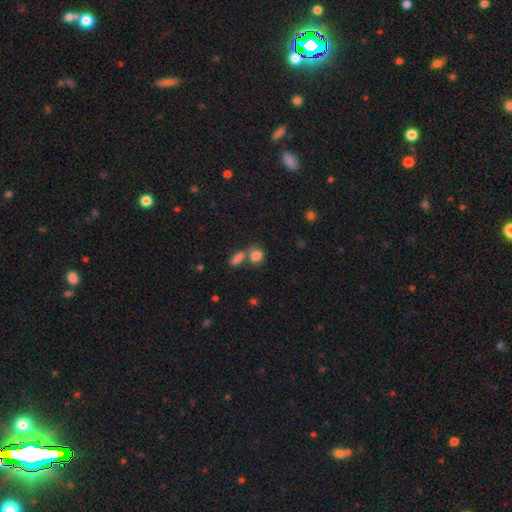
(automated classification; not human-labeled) Smooth or featured? Predicted: smooth (p=0.84). How rounded? Predicted: round (p=0.49). Merging? Predicted: none (p=0.45).